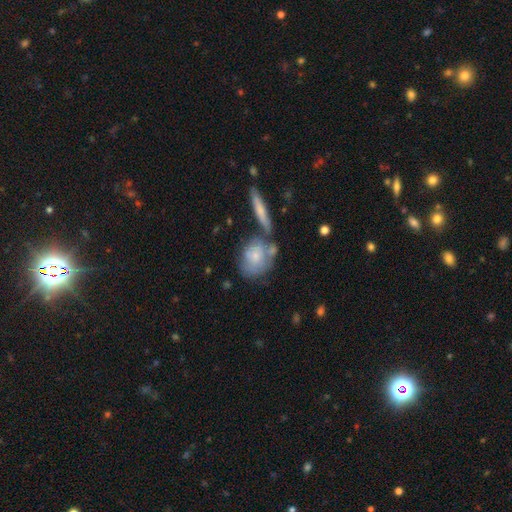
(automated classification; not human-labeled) This appears to be a smooth galaxy with no disk features (60%) that is in between round and cigar-shaped (58%). Merging: none (39%).